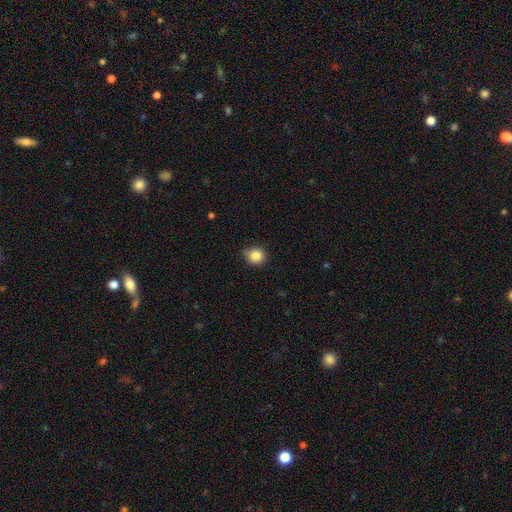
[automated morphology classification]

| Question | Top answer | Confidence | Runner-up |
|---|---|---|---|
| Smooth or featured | smooth | 85% | star or artifact (10%) |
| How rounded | round | 89% | in between (10%) |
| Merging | none | 69% | minor disturbance (25%) |